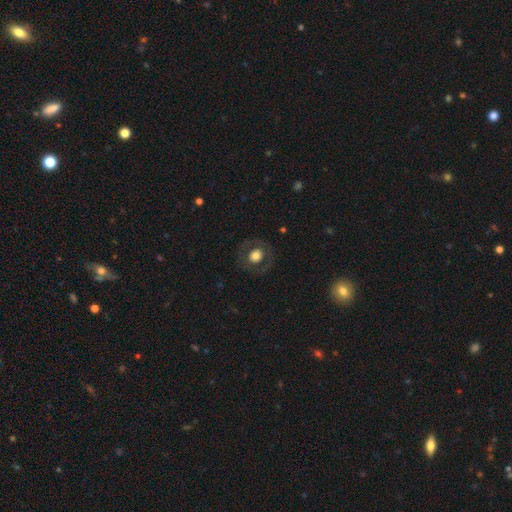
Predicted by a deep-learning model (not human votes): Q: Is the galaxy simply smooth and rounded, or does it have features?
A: smooth — 59%.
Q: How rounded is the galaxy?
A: round — 86%.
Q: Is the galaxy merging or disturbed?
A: none — 84%.